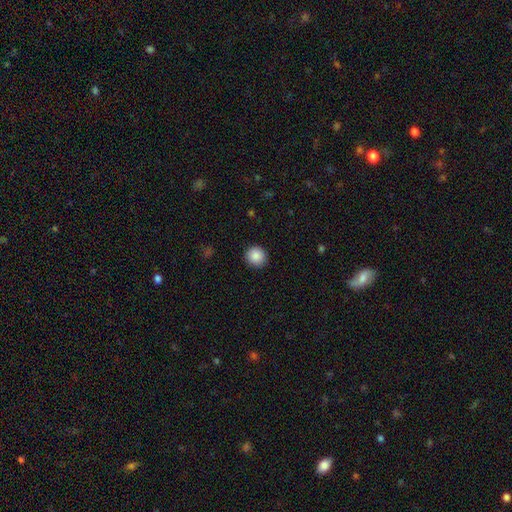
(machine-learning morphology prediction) smooth-or-featured: smooth: 88% | star or artifact: 8% | featured or disk: 4%
  how-rounded: round: 91% | in between: 8% | cigar-shaped: 1%
  merging: none: 91% | minor disturbance: 6% | major disturbance: 2% | merger: 1%